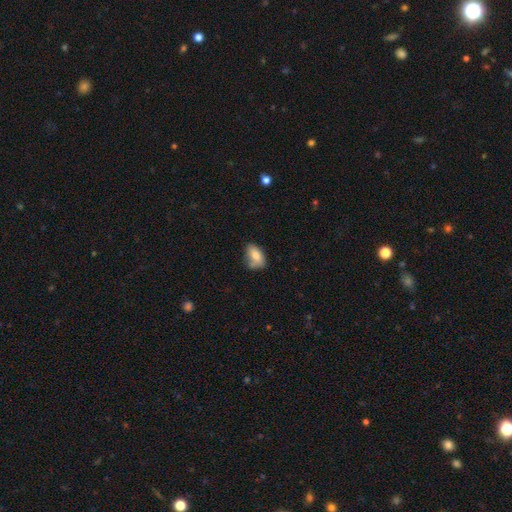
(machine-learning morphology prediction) smooth_or_featured: smooth (p=0.77) [alt: featured or disk p=0.15]
how_rounded: in between (p=0.89) [alt: round p=0.07]
merging: none (p=0.56) [alt: minor disturbance p=0.27]